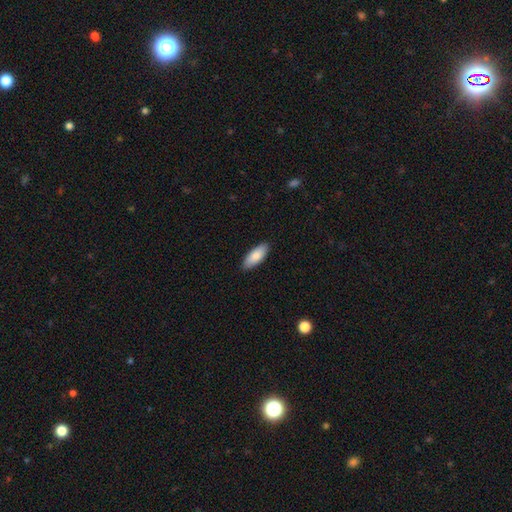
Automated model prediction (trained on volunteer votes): smooth_or_featured: smooth (p=0.86) [alt: featured or disk p=0.08]
how_rounded: in between (p=0.81) [alt: cigar-shaped p=0.18]
merging: none (p=0.89) [alt: minor disturbance p=0.08]